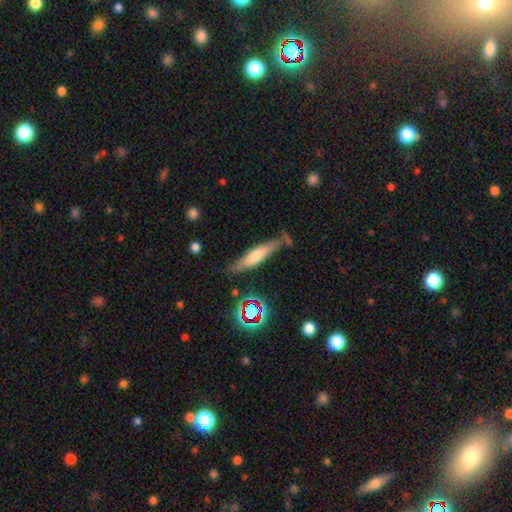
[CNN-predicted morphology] Smooth or featured? smooth (50%)
Merging? none (72%)